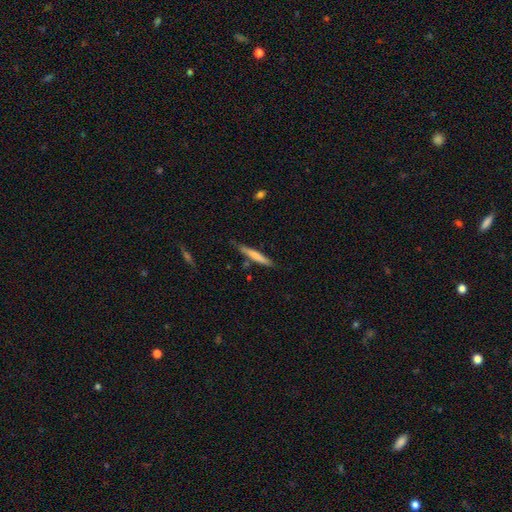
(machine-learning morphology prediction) type=smooth (68%); roundness=cigar-shaped (94%); merging=none (79%).